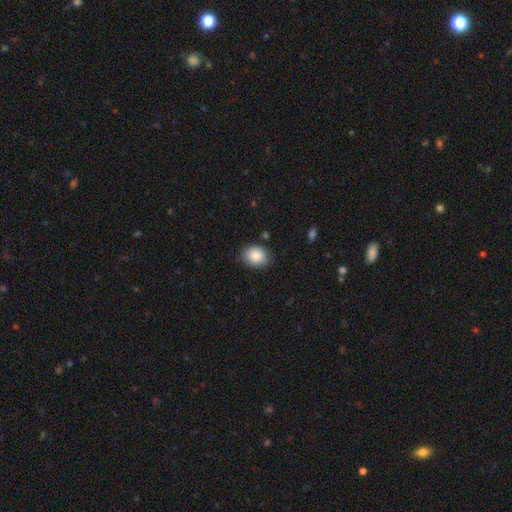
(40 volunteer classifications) smooth 92%, featured or disk 5%, star or artifact 2%. Down the decision tree: how rounded — in between (51%); merging — none (92%).